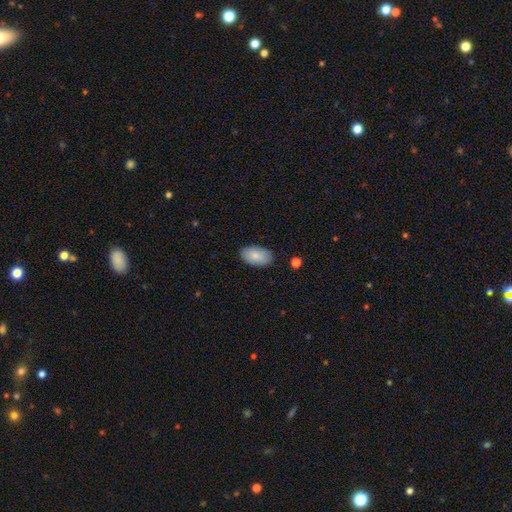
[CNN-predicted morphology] Smooth or featured? Predicted: smooth (p=0.84). How rounded? Predicted: in between (p=0.95). Merging? Predicted: none (p=0.86).